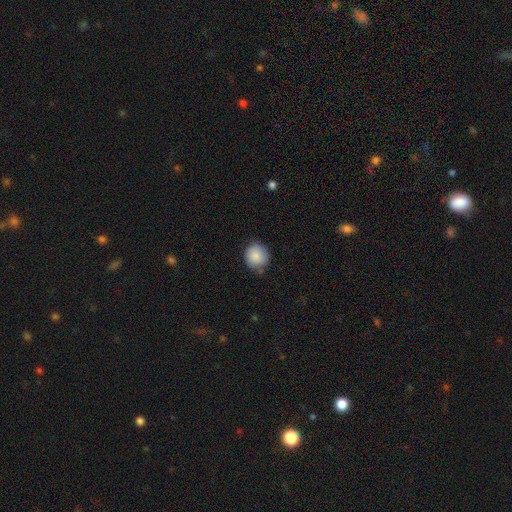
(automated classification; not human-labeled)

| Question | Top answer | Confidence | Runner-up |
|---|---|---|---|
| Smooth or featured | smooth | 88% | star or artifact (7%) |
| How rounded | round | 86% | in between (13%) |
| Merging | none | 76% | minor disturbance (19%) |